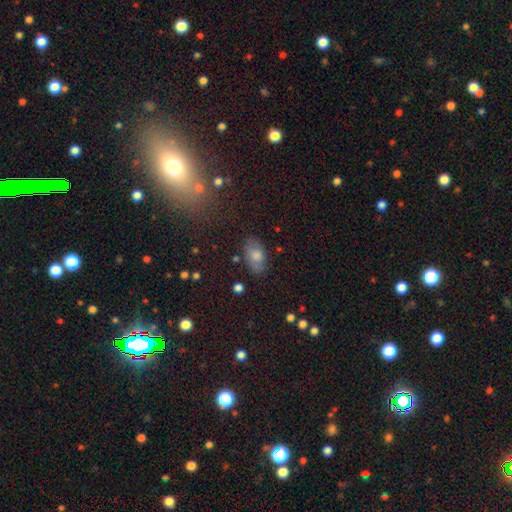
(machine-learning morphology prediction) smooth_or_featured: smooth (p=0.73) [alt: featured or disk p=0.17]
how_rounded: in between (p=0.92) [alt: round p=0.06]
merging: none (p=0.75) [alt: minor disturbance p=0.18]